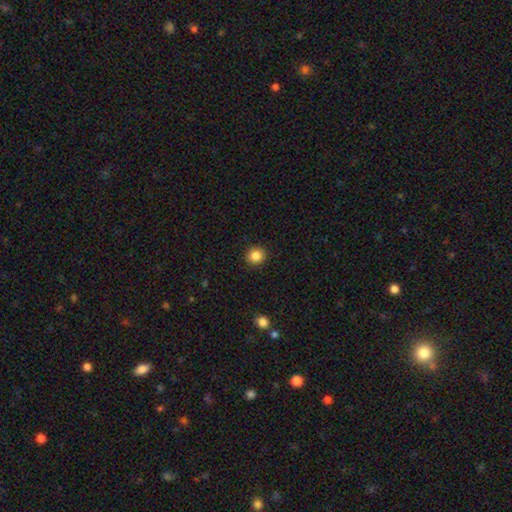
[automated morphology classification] This is clearly a smooth galaxy (85%). How rounded: clearly round (90%). Merging: clearly none (92%).